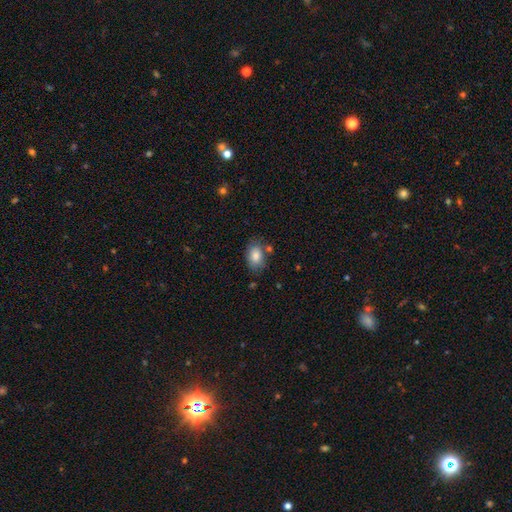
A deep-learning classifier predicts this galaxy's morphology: A smooth galaxy with no disk features (84%) that is in between round and cigar-shaped (84%).

Vote fractions:
- Smooth or featured? smooth: 84% / featured or disk: 8% / star or artifact: 8%
- How rounded? in between: 84% / round: 15% / cigar-shaped: 1%
- Merging? none: 72% / minor disturbance: 17% / merger: 7% / major disturbance: 4%